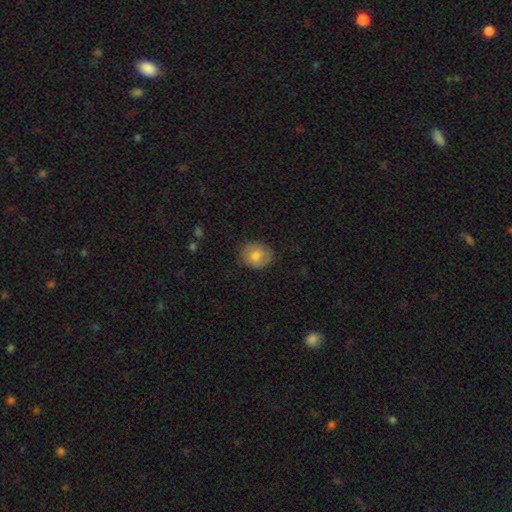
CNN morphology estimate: Smooth or featured: smooth — 73% (featured or disk — 19%)
How rounded: round — 59% (in between — 40%)
Merging: none — 79% (minor disturbance — 16%)